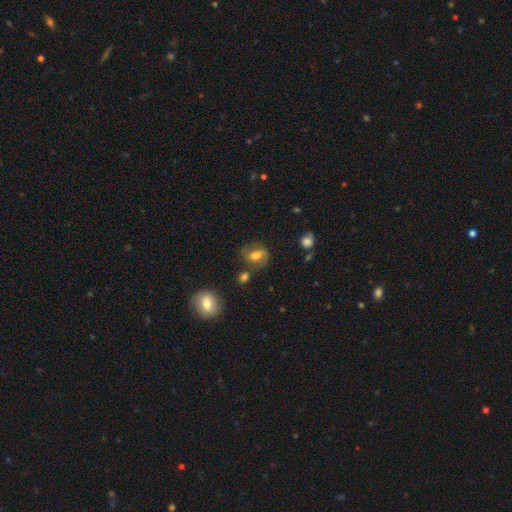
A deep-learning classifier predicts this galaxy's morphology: smooth-or-featured: smooth: 54% | featured or disk: 35% | star or artifact: 11%
  how-rounded: in between: 60% | round: 38% | cigar-shaped: 3%
  merging: none: 62% | minor disturbance: 20% | major disturbance: 9% | merger: 9%